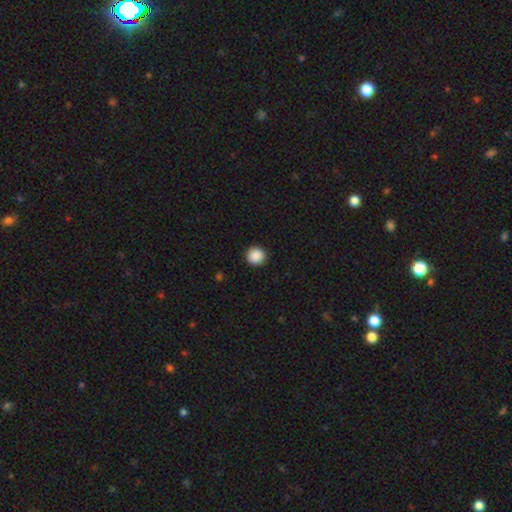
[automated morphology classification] smooth-or-featured: smooth: 89% | star or artifact: 9% | featured or disk: 2%
  how-rounded: round: 95% | in between: 4% | cigar-shaped: 1%
  merging: none: 93% | minor disturbance: 5% | major disturbance: 2% | merger: 1%